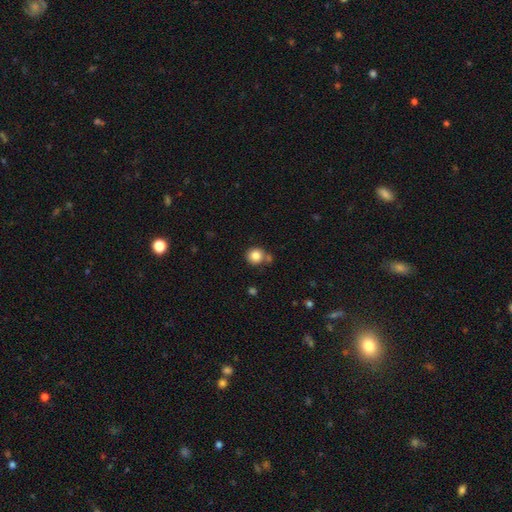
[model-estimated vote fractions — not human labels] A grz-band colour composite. It shows a smooth galaxy with no disk features (84%) that is round (89%). Merging: none (70%).